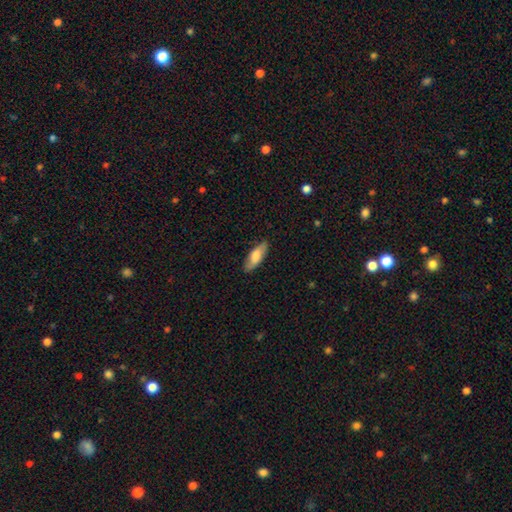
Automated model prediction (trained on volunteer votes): Morphology: type=smooth (73%); roundness=in between (64%); merging=none (85%).